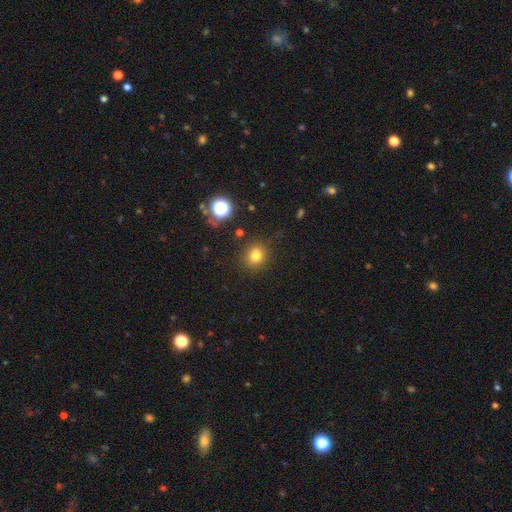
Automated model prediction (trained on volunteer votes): This appears to be a smooth galaxy with no disk features (77%) that is round (77%). Merging: none (85%).